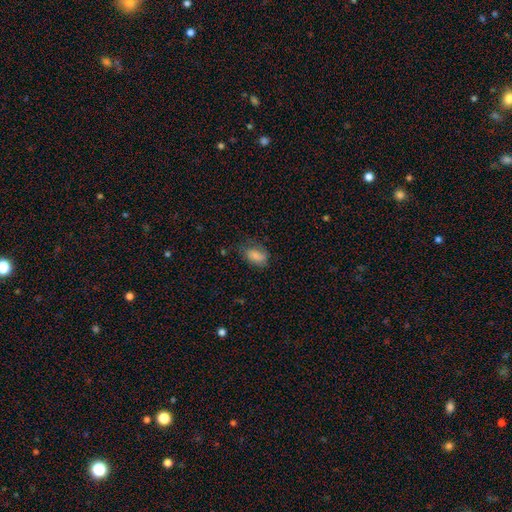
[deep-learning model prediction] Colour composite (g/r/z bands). It shows a smooth galaxy with no disk features (83%) that is in between round and cigar-shaped (89%). Merging: none (61%).